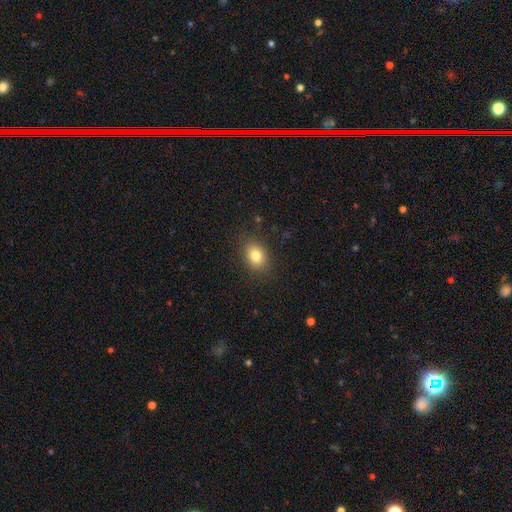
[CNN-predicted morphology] Q: Smooth or featured?
A: smooth (81%); runner-up: star or artifact (10%)
Q: How rounded?
A: in between (63%); runner-up: round (36%)
Q: Merging?
A: none (86%); runner-up: minor disturbance (10%)